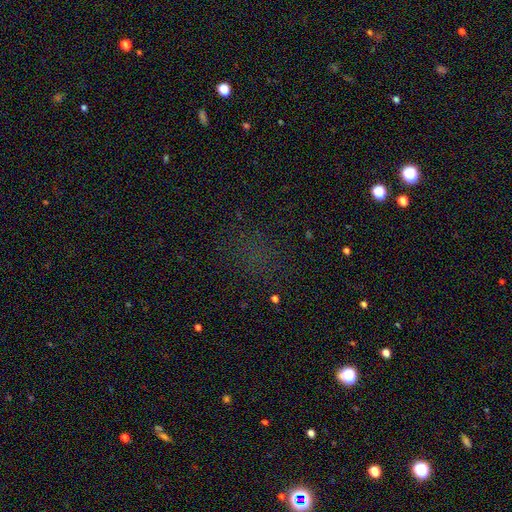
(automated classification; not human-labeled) Morphology: type=star or artifact (55%).